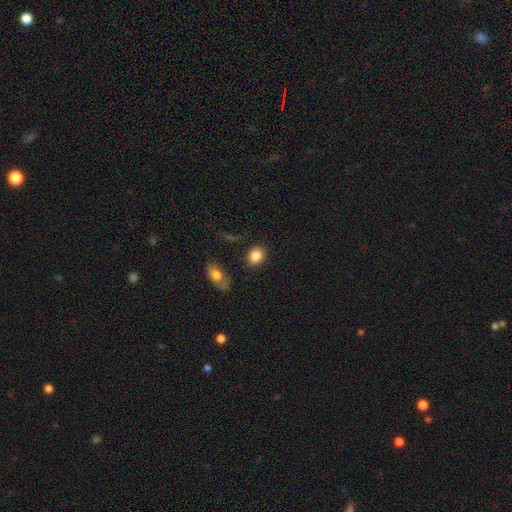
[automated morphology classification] smooth 86%, star or artifact 9%, featured or disk 5%. Down the decision tree: how rounded — round (55%); merging — none (84%).